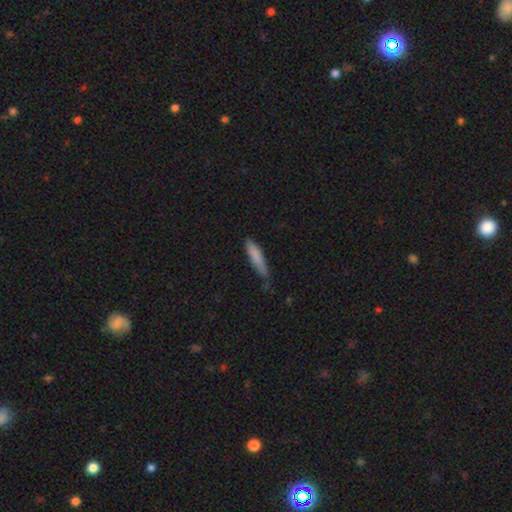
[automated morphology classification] A smooth galaxy with no disk features (82%) that is cigar-shaped (84%). Merging: none (65%).